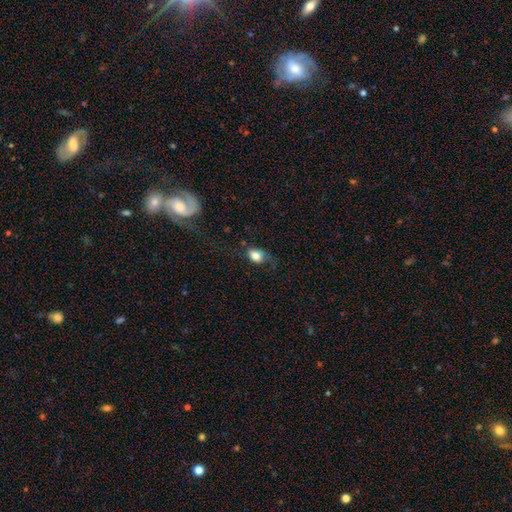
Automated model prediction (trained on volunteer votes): smooth_or_featured: smooth (p=0.77) [alt: featured or disk p=0.15]
how_rounded: in between (p=0.71) [alt: round p=0.27]
merging: none (p=0.37) [alt: major disturbance p=0.32]